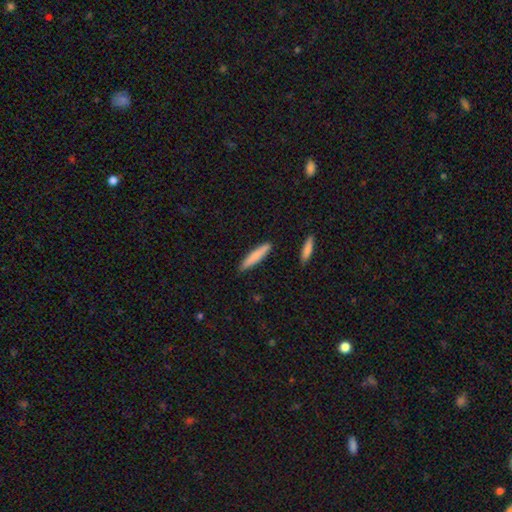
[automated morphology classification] A smooth galaxy with no disk features (79%) that is cigar-shaped (89%).

Vote fractions:
- Smooth or featured? smooth: 79% / featured or disk: 16% / star or artifact: 6%
- How rounded? cigar-shaped: 89% / in between: 10% / round: 1%
- Merging? none: 87% / minor disturbance: 9% / merger: 2% / major disturbance: 2%